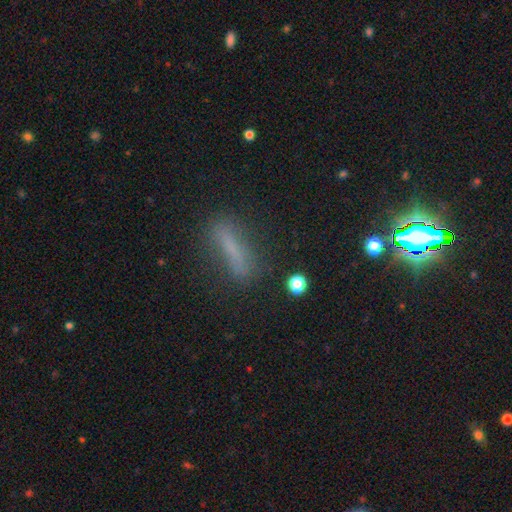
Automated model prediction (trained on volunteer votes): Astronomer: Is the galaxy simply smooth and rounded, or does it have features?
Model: smooth — 55%.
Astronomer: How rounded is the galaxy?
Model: cigar-shaped — 81%.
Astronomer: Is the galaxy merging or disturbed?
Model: none — 75%.